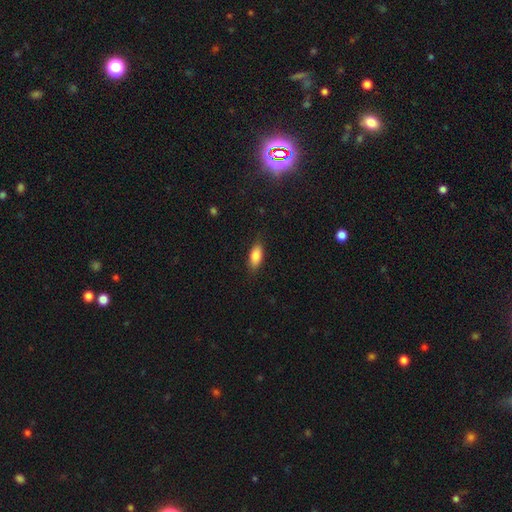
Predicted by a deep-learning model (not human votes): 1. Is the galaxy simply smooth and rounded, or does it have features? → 84% smooth, 9% featured or disk, 7% star or artifact.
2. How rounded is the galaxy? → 85% in between, 12% cigar-shaped, 3% round.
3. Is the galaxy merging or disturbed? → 83% none, 13% minor disturbance, 3% major disturbance, 1% merger.